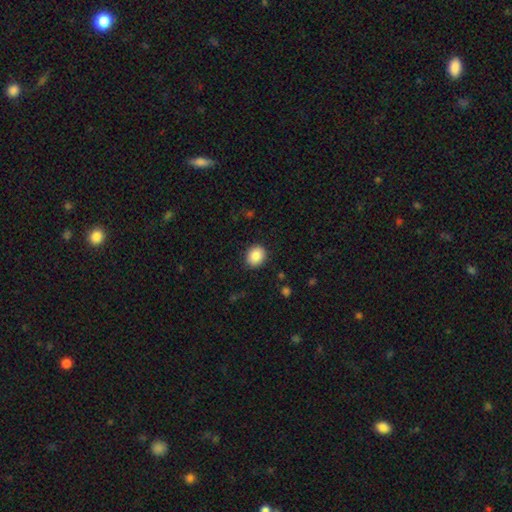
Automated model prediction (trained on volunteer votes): smooth 87%, star or artifact 8%, featured or disk 5%. Down the decision tree: how rounded — round (61%); merging — none (89%).